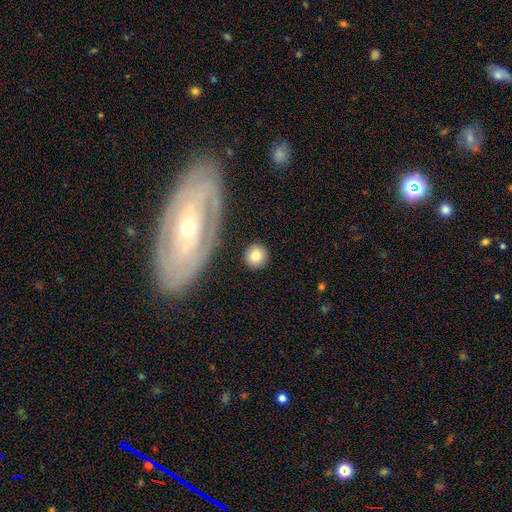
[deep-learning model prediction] Q: Smooth or featured?
A: smooth (80%); runner-up: featured or disk (13%)
Q: How rounded?
A: round (92%); runner-up: in between (7%)
Q: Merging?
A: none (87%); runner-up: minor disturbance (7%)